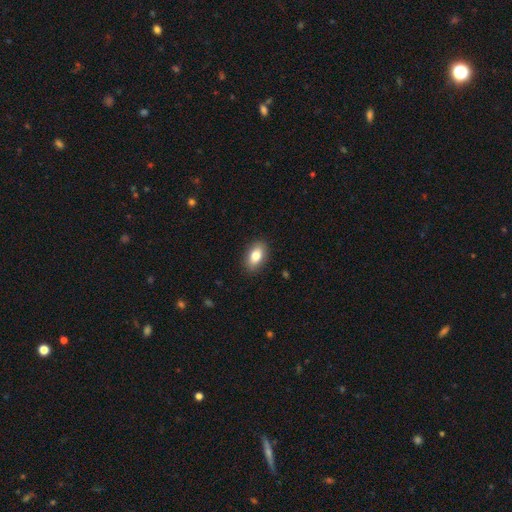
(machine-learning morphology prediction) The model was most divided on "smooth or featured": smooth: 81%, featured or disk: 12%, star or artifact: 7%. More confident: how rounded — in between (90%); merging — none (88%).